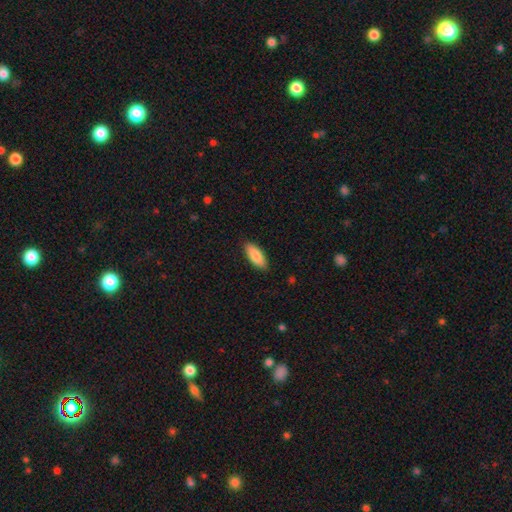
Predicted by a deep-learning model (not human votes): The model was most divided on "how rounded": in between: 78%, cigar-shaped: 20%, round: 2%. More confident: merging — none (88%); smooth or featured — smooth (87%).